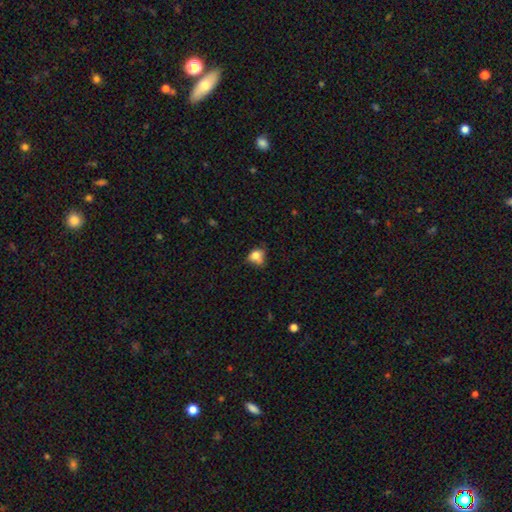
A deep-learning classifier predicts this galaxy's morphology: This appears to be a smooth galaxy with no disk features (74%) that is round (57%). Merging: none (45%).